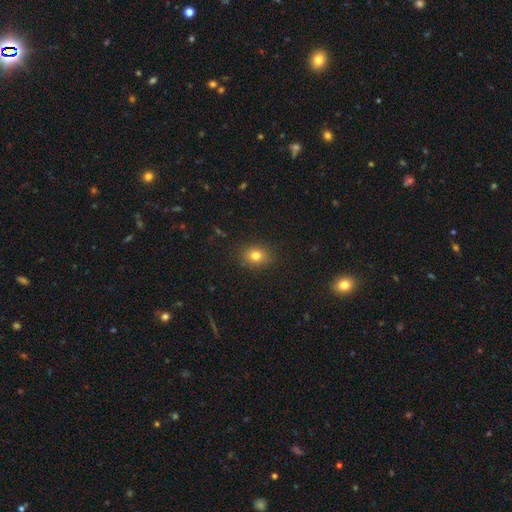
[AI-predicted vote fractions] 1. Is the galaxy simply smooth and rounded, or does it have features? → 80% smooth, 12% star or artifact, 8% featured or disk.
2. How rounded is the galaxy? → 54% in between, 44% round, 1% cigar-shaped.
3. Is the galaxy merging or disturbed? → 87% none, 9% minor disturbance, 2% major disturbance, 1% merger.